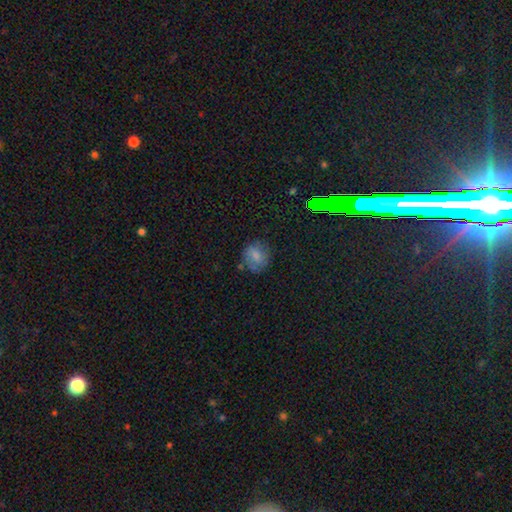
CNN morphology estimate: A smooth galaxy with no disk features (70%) that is round (74%). Merging: none (69%).